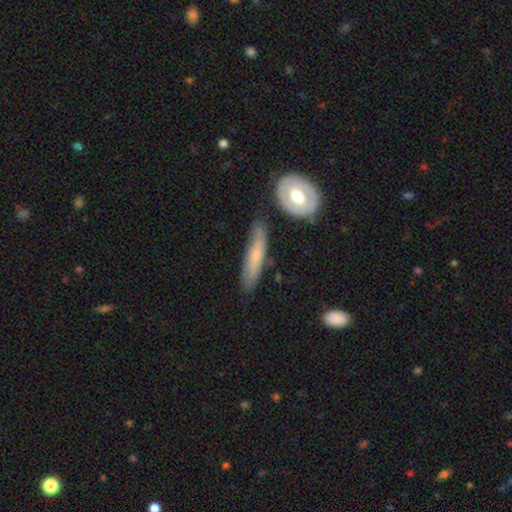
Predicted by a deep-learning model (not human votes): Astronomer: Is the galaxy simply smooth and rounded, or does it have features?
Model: smooth — 55% (runner-up: featured or disk, 39%).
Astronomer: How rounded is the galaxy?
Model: cigar-shaped — 76%.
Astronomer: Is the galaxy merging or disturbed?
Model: none — 69%.